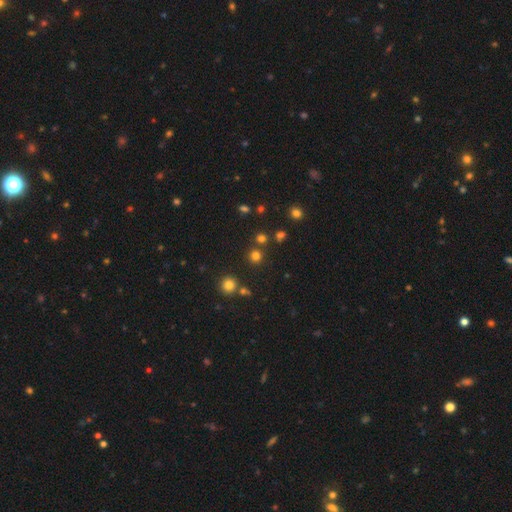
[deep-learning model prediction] smooth 74%, star or artifact 20%, featured or disk 5%. Down the decision tree: how rounded — round (93%); merging — none (83%).